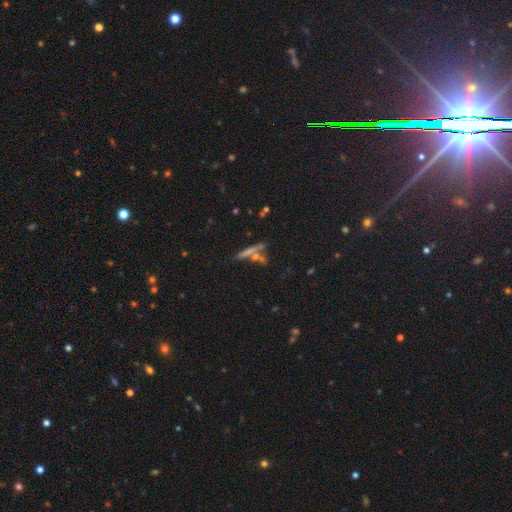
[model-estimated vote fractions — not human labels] Smooth or featured? Predicted: smooth (p=0.43). Merging? Predicted: none (p=0.61).